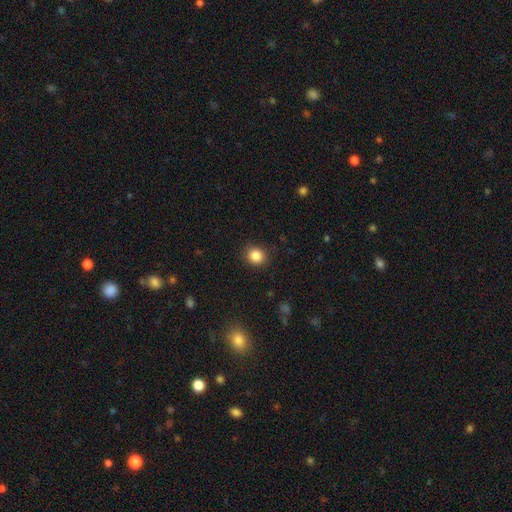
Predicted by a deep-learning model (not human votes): Morphology: type=smooth (85%); roundness=round (83%); merging=none (89%).